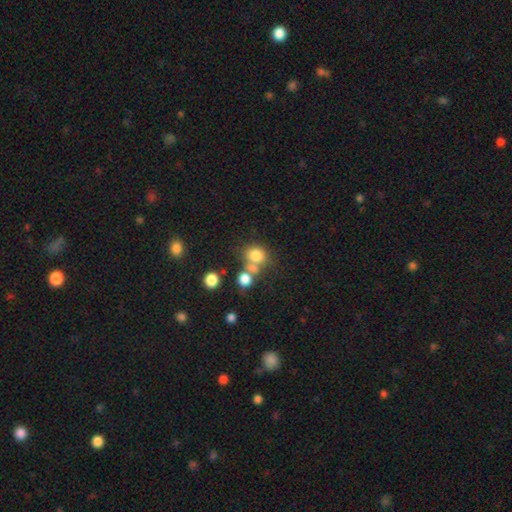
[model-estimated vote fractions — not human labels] Overall: smooth (77%). How rounded: round (68%; in between 31%). Merging: none (47%; merger 35%).